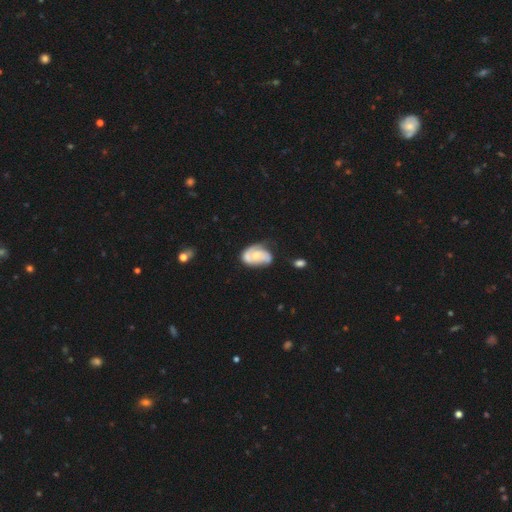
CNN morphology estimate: This appears to be a featured or disk galaxy (70%) with no bar (68%), 2 (65%) medium (42%) spiral arms (85%) and a moderate central bulge (54%). Merging: none (46%).